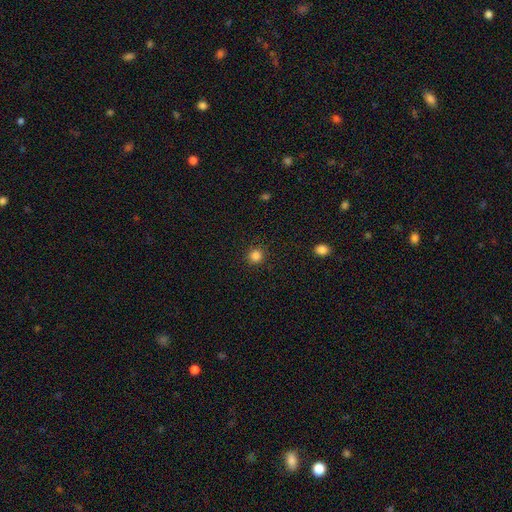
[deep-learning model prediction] A smooth galaxy with no disk features (85%) that is round (94%). Merging: none (92%).